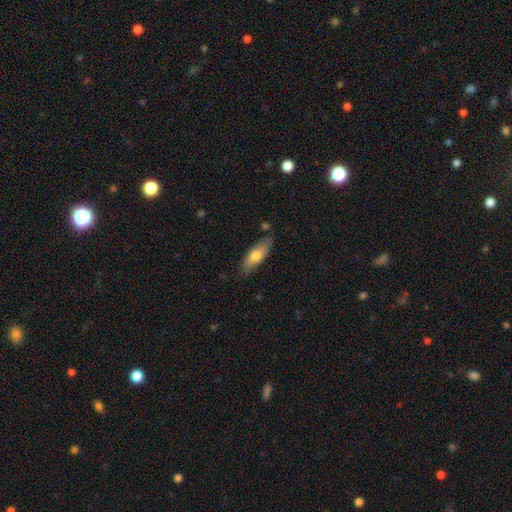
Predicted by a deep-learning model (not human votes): This appears to be a smooth galaxy with no disk features (69%) that is in between round and cigar-shaped (60%). Merging: none (80%).